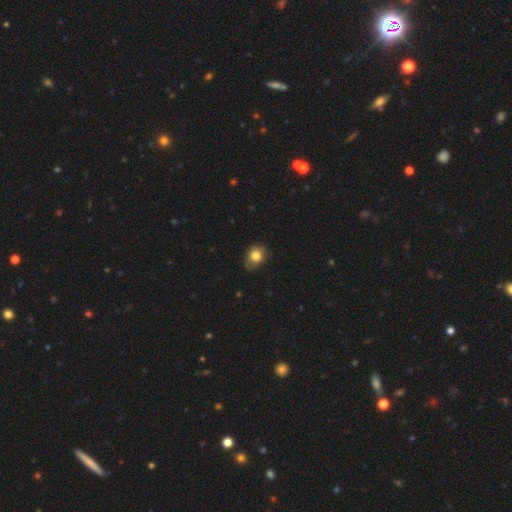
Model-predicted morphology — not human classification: Overall: smooth (79%). How rounded: round (53%; in between 46%). Merging: none (60%; minor disturbance 31%).